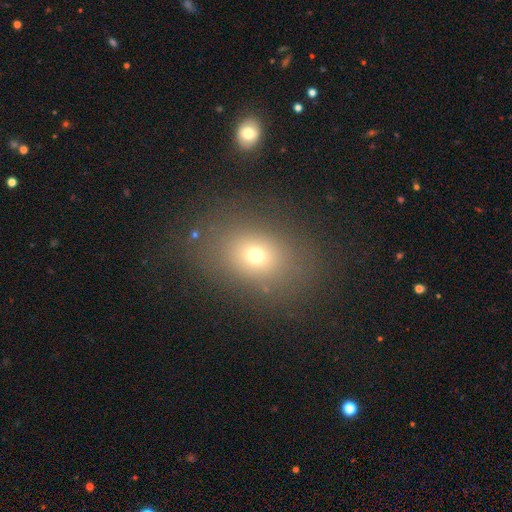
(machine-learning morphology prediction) Smooth or featured? Predicted: smooth (p=0.67). How rounded? Predicted: in between (p=0.57). Merging? Predicted: none (p=0.79).